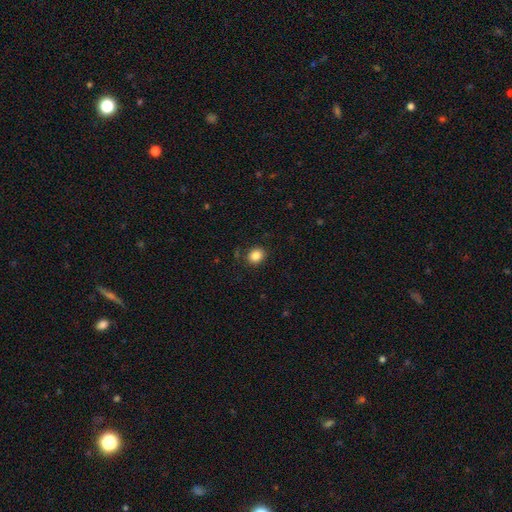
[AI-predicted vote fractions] Q: Smooth or featured?
A: smooth (85%); runner-up: star or artifact (10%)
Q: How rounded?
A: round (66%); runner-up: in between (33%)
Q: Merging?
A: none (86%); runner-up: minor disturbance (9%)